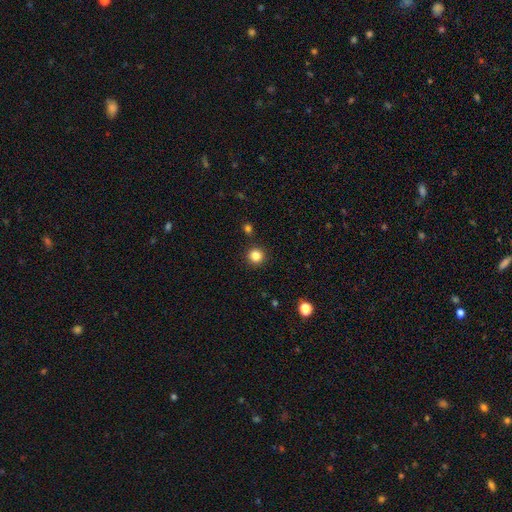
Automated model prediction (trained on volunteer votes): Overall: smooth (84%). How rounded: round (95%). Merging: none (90%).